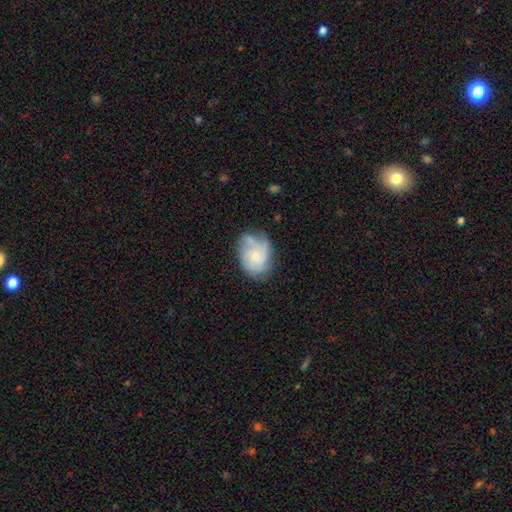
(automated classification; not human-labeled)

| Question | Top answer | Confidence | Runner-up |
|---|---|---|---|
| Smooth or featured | featured or disk | 49% | smooth (43%) |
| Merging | none | 50% | minor disturbance (30%) |